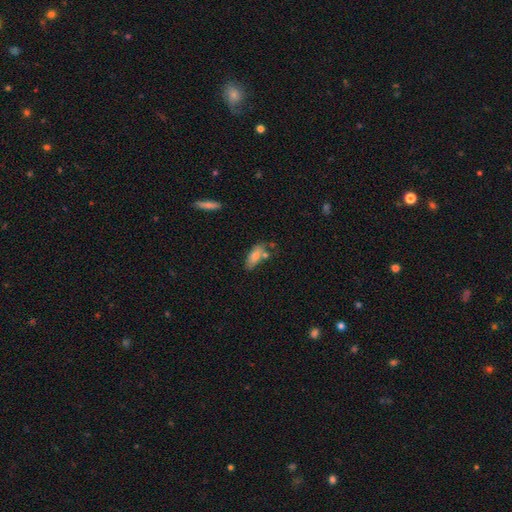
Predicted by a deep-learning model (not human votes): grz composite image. It shows a smooth galaxy with no disk features (78%) that is in between round and cigar-shaped (76%). Merging: none (57%).